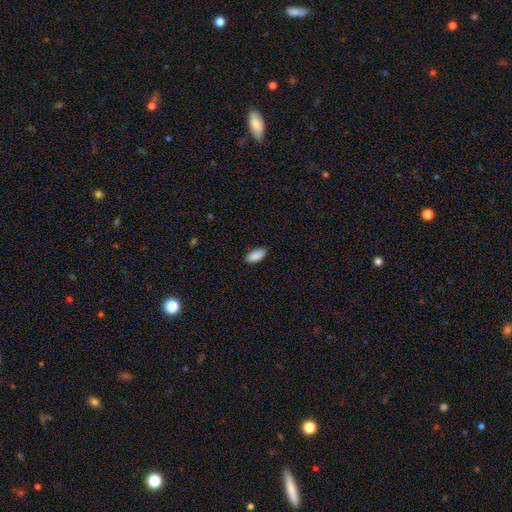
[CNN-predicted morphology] Overall: smooth (90%). How rounded: in between (91%). Merging: none (87%).